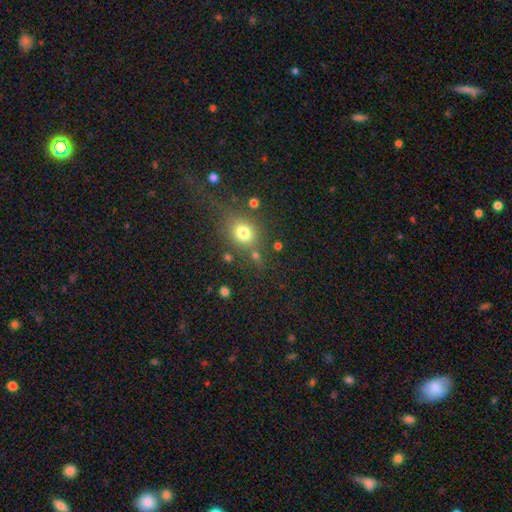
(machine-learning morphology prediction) A smooth galaxy with no disk features (70%) that is round (64%). Merging: none (65%).